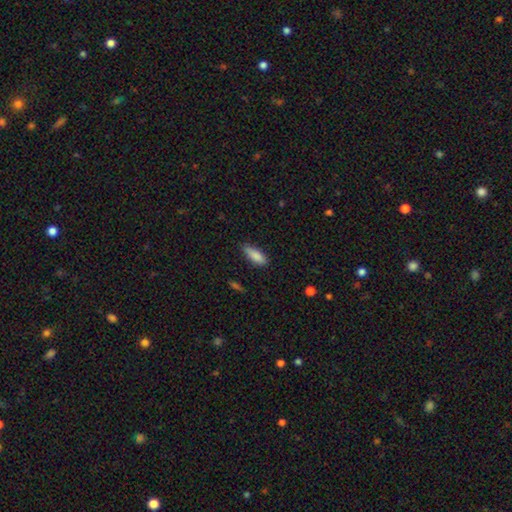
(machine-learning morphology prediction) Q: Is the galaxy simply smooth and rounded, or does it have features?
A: smooth — 86%.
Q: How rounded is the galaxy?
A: in between — 63%.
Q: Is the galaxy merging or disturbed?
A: none — 72%.